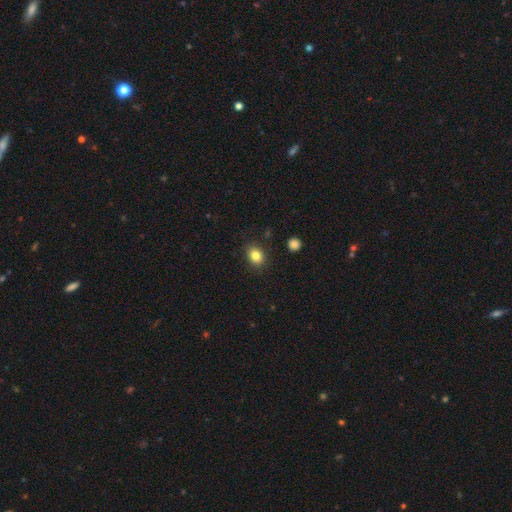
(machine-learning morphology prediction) smooth 84%, star or artifact 10%, featured or disk 6%. Down the decision tree: how rounded — in between (52%); merging — none (87%).